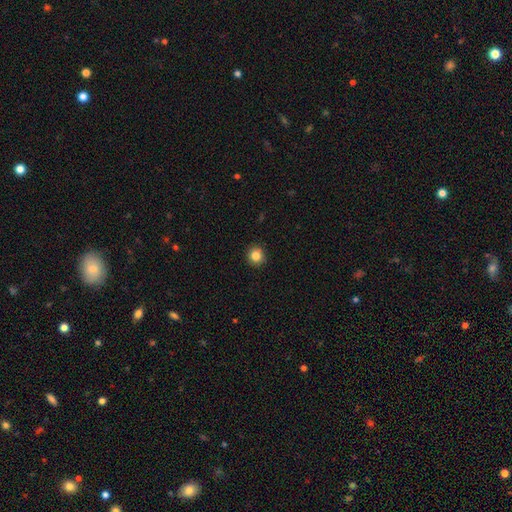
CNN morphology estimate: This appears to be a smooth galaxy with no disk features (84%) that is round (92%). Merging: none (92%).